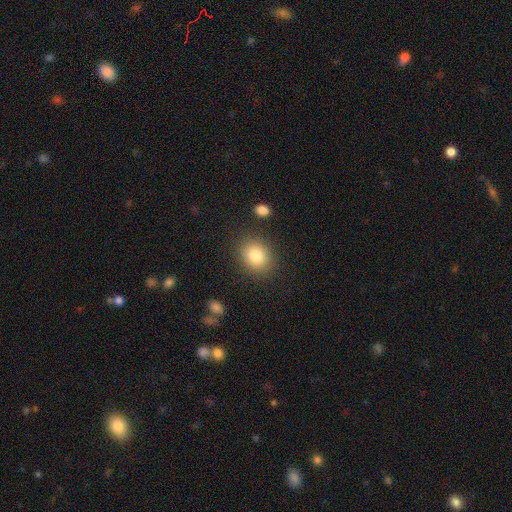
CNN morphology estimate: A smooth galaxy with no disk features (84%) that is round (56%). Merging: none (85%).